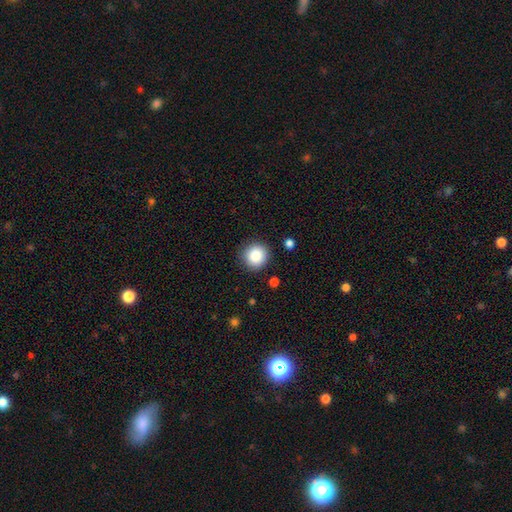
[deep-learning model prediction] smooth_or_featured: smooth (p=0.86) [alt: star or artifact p=0.09]
how_rounded: round (p=0.92) [alt: in between p=0.07]
merging: none (p=0.88) [alt: minor disturbance p=0.08]